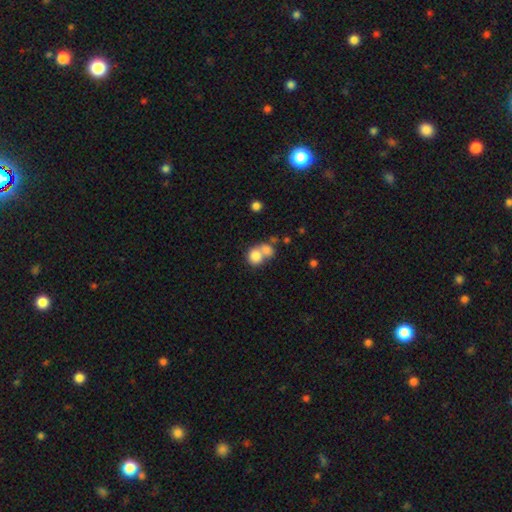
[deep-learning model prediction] Smooth or featured?
  - smooth: 79% *
  - featured or disk: 11%
  - star or artifact: 9%
How rounded?
  - round: 74% *
  - in between: 25%
  - cigar-shaped: 1%
Merging?
  - merger: 56% *
  - none: 32%
  - minor disturbance: 8%
  - major disturbance: 4%